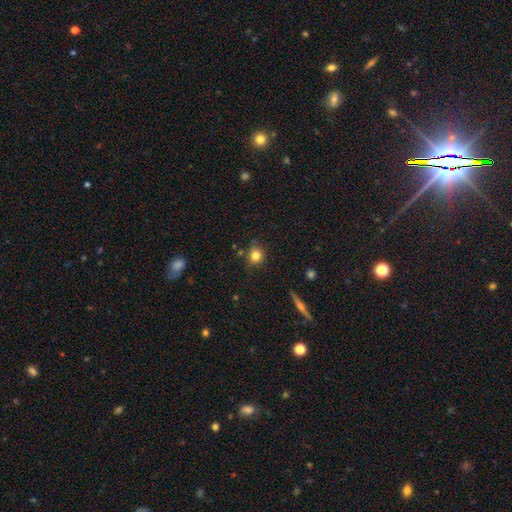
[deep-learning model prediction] This appears to be a smooth galaxy with no disk features (81%) that is round (82%). Merging: none (79%).